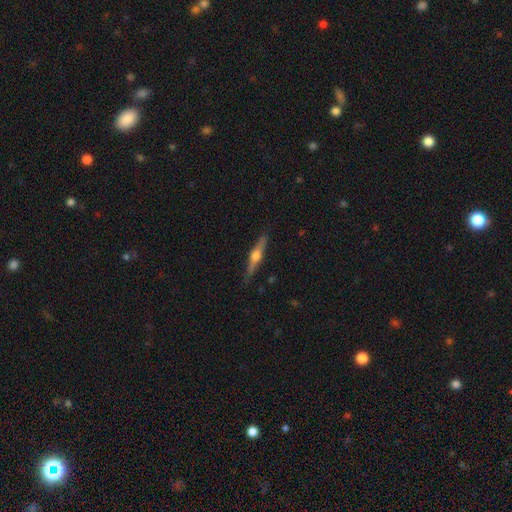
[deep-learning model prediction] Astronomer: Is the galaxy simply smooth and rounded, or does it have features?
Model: featured or disk — 70%.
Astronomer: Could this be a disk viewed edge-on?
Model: yes — 97%.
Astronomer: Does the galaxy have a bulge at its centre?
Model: rounded — 93%.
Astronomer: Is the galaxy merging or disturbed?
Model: none — 87%.